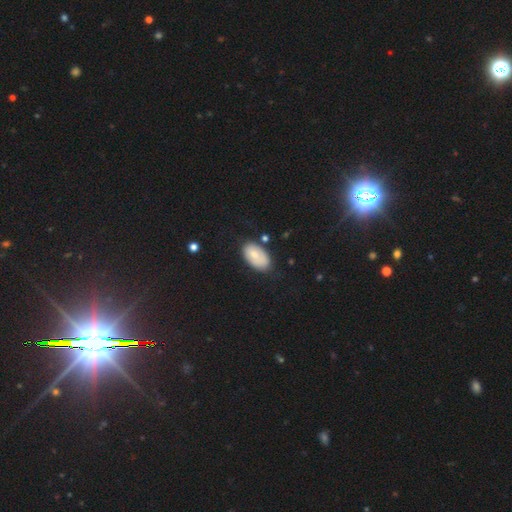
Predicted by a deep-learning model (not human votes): A smooth galaxy with no disk features (73%) that is in between round and cigar-shaped (94%). Merging: none (71%).